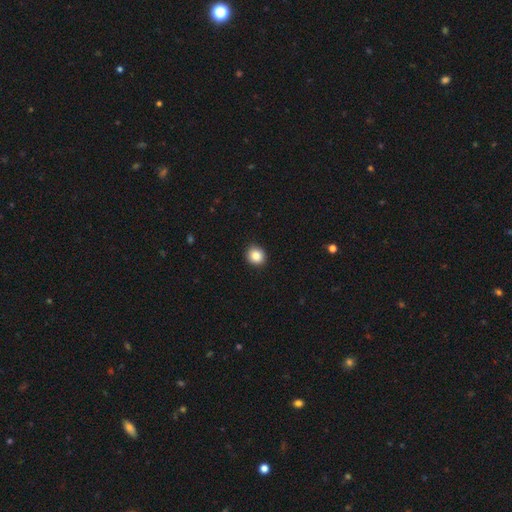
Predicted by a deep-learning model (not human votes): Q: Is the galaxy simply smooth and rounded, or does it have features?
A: smooth — 86%.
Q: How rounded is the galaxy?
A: round — 85%.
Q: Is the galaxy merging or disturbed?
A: none — 91%.